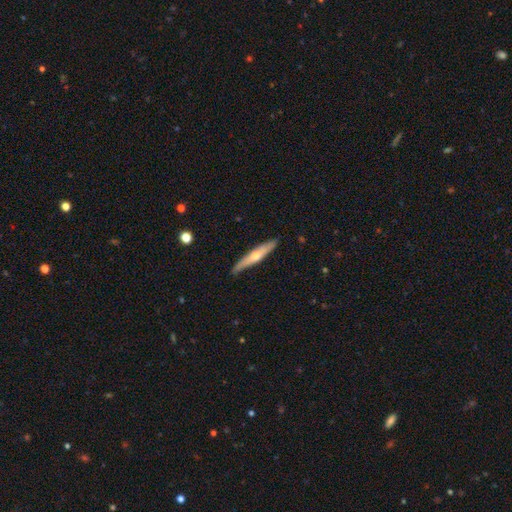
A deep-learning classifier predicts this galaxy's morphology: Overall: featured or disk (53%; smooth 41%). Edge-on disk: yes (91%). Merging: none (87%).